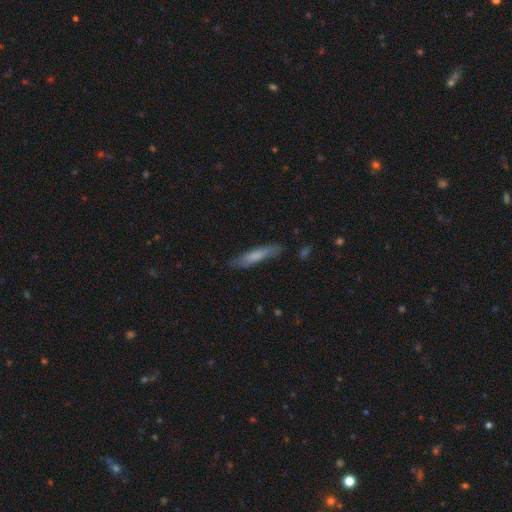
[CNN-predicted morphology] A smooth galaxy with no disk features (69%) that is cigar-shaped (87%). Merging: none (81%).